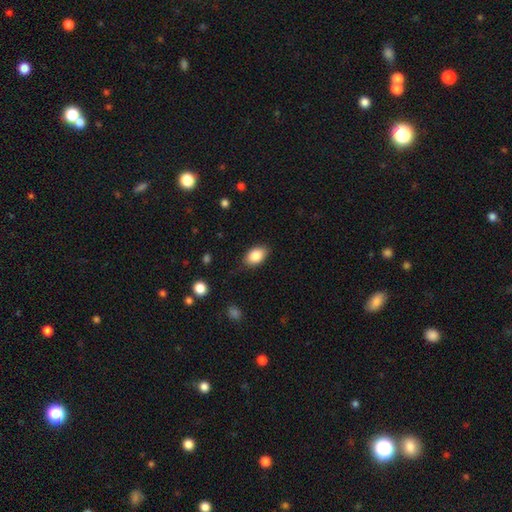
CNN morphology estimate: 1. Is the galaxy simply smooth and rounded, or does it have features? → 86% smooth, 7% star or artifact, 7% featured or disk.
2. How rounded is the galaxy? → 91% in between, 8% round, 2% cigar-shaped.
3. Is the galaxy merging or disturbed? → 82% none, 14% minor disturbance, 3% major disturbance, 1% merger.